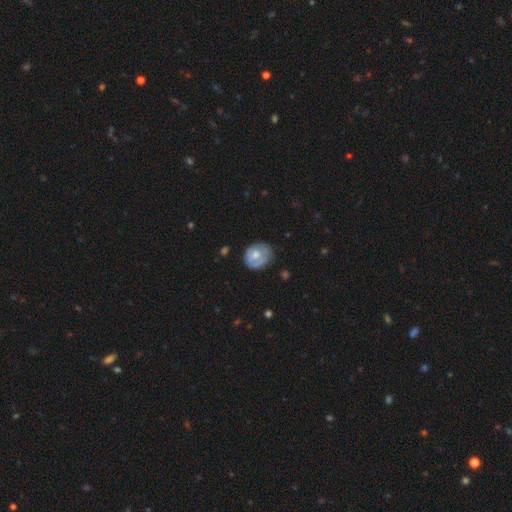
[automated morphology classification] smooth 55%, featured or disk 39%, star or artifact 6%. Down the decision tree: how rounded — round (68%); merging — none (55%).